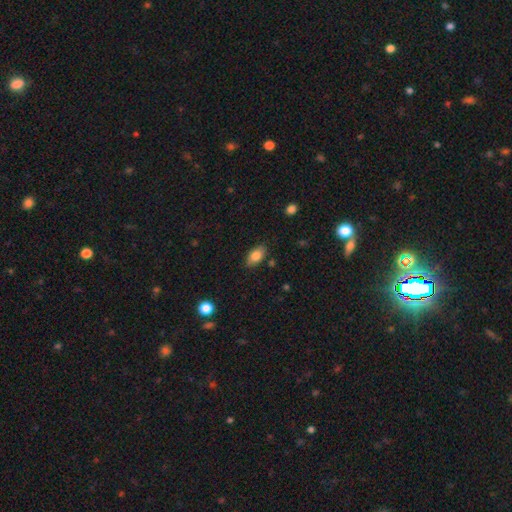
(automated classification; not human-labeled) Smooth or featured: smooth — 83% (featured or disk — 9%)
How rounded: in between — 91% (round — 6%)
Merging: none — 84% (minor disturbance — 11%)